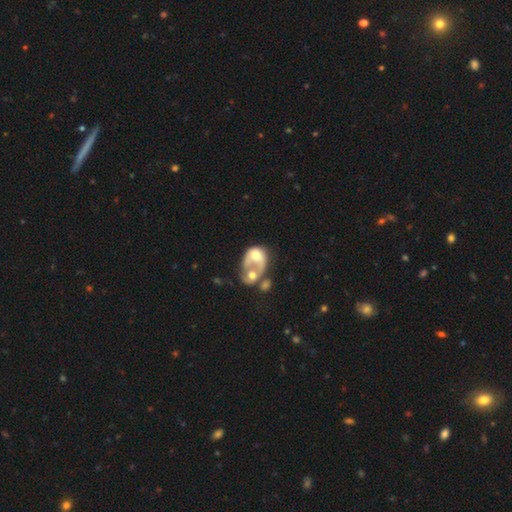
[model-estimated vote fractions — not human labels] Morphology: type=featured or disk (47%); merging=merger (68%).